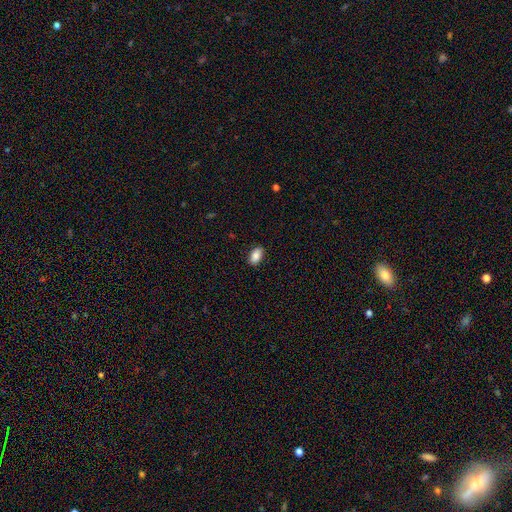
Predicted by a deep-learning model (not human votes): Overall: smooth (85%). How rounded: in between (93%). Merging: none (88%).